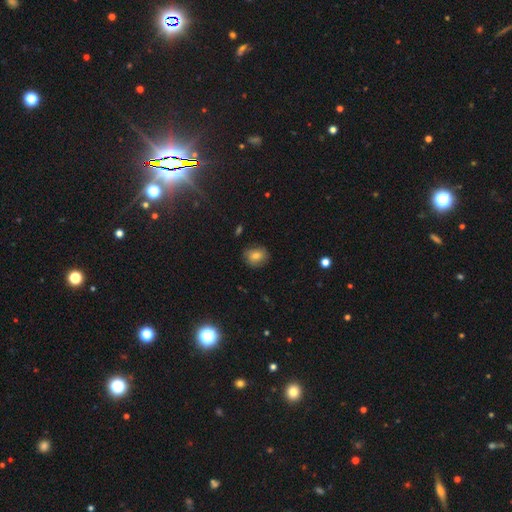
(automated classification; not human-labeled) smooth-or-featured: smooth: 73% | featured or disk: 15% | star or artifact: 12%
  how-rounded: round: 65% | in between: 33% | cigar-shaped: 1%
  merging: none: 82% | minor disturbance: 14% | major disturbance: 3% | merger: 1%